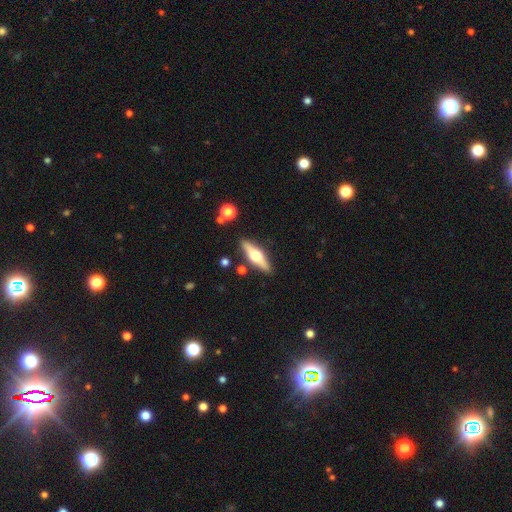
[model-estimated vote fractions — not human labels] A featured or disk galaxy (60%) viewed edge-on (93%) with a rounded central bulge (94%).

Vote fractions:
- Smooth or featured? featured or disk: 60% / smooth: 34% / star or artifact: 6%
- Edge-on disk? yes: 93% / no: 7%
- Edge-on bulge? rounded: 94% / boxy: 4% / none: 2%
- Merging? none: 86% / minor disturbance: 9% / merger: 3% / major disturbance: 2%